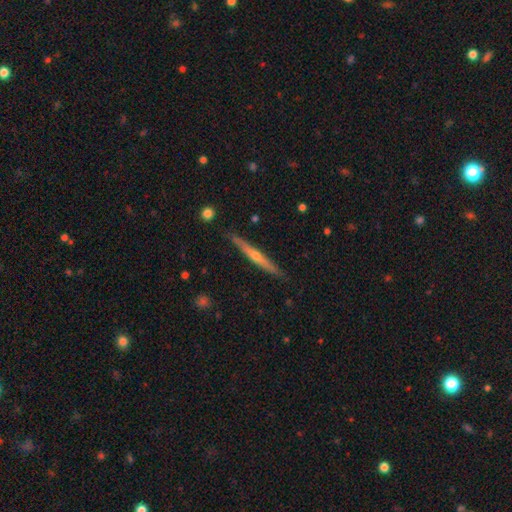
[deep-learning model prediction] The model was most divided on "smooth or featured": featured or disk: 75%, smooth: 19%, star or artifact: 6%. More confident: edge-on disk — yes (98%); merging — none (90%); edge-on bulge — rounded (81%).